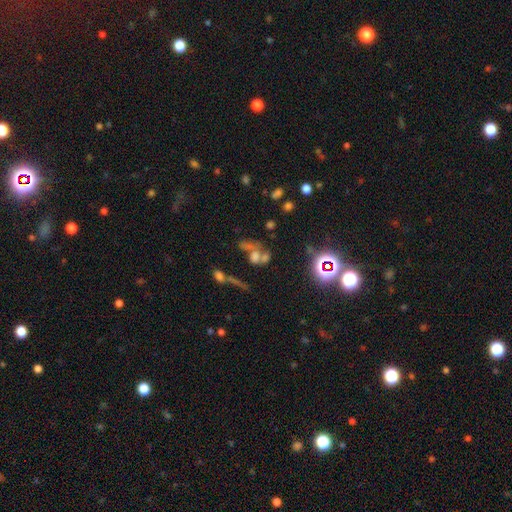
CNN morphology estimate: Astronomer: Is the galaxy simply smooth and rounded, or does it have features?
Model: star or artifact — 40% (runner-up: smooth, 33%).